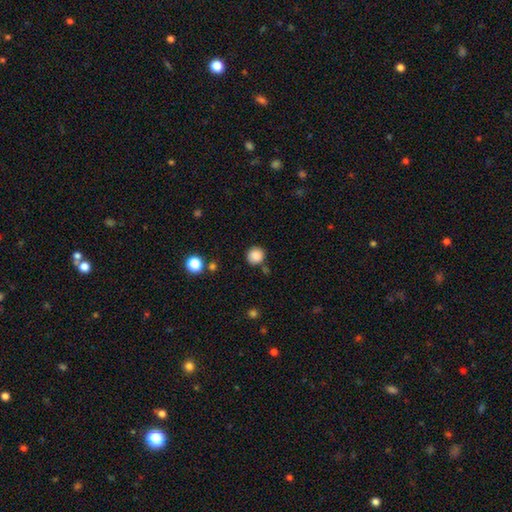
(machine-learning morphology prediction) smooth_or_featured: smooth (p=0.87) [alt: star or artifact p=0.10]
how_rounded: round (p=0.92) [alt: in between p=0.07]
merging: none (p=0.84) [alt: minor disturbance p=0.09]